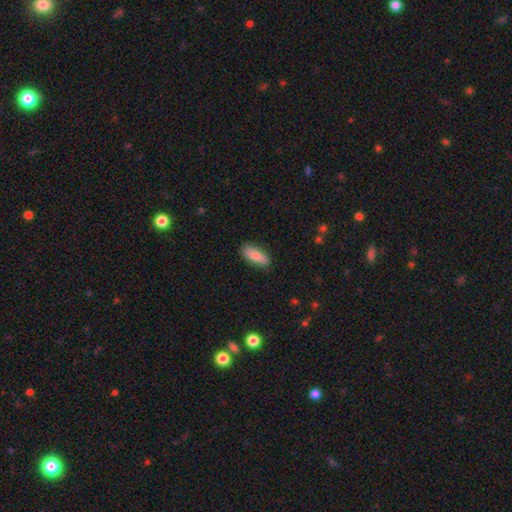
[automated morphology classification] type=smooth (82%); roundness=in between (75%); merging=none (79%).